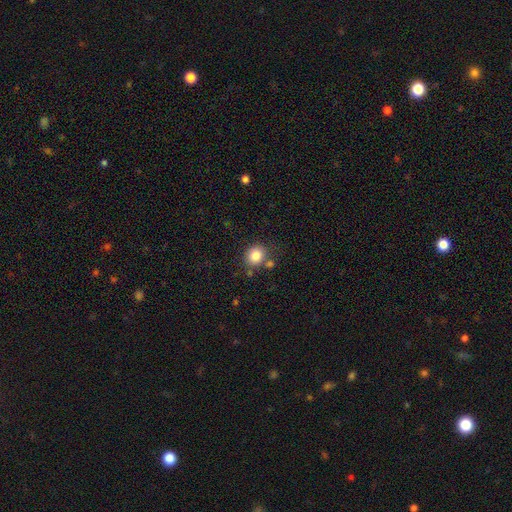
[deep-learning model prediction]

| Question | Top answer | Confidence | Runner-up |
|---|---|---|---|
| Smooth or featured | smooth | 82% | star or artifact (11%) |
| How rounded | round | 79% | in between (20%) |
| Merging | none | 73% | minor disturbance (12%) |